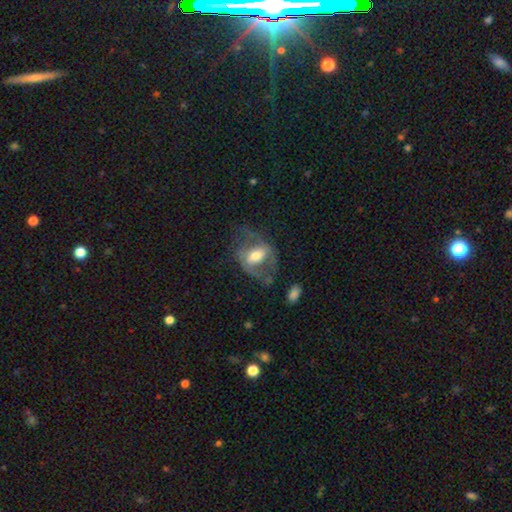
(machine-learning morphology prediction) A featured or disk galaxy (61%) with a weak bar (39%), spiral arms (60%) and a moderate central bulge (64%).

Vote fractions:
- Smooth or featured? featured or disk: 61% / smooth: 33% / star or artifact: 7%
- Edge-on disk? no: 94% / yes: 6%
- Bar? weak: 39% / strong: 31% / no: 30%
- Spiral arms? yes: 60% / no: 40%
- Bulge size? moderate: 64% / large: 19% / small: 14% / dominant: 2% / none: 2%
- Merging? none: 40% / major disturbance: 34% / minor disturbance: 23% / merger: 3%